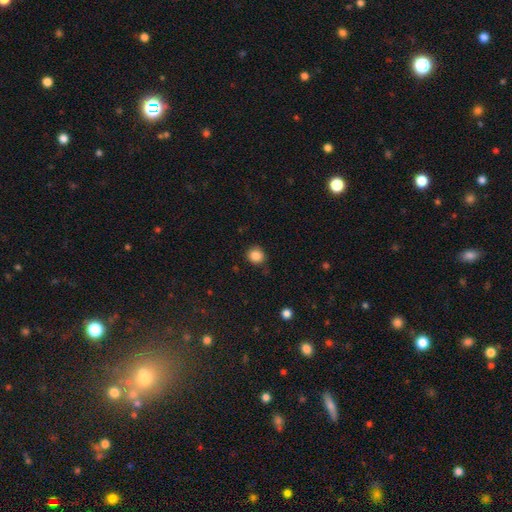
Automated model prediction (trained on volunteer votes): Smooth or featured?
  - smooth: 86% *
  - star or artifact: 11%
  - featured or disk: 4%
How rounded?
  - round: 88% *
  - in between: 11%
  - cigar-shaped: 1%
Merging?
  - none: 84% *
  - minor disturbance: 12%
  - major disturbance: 3%
  - merger: 2%